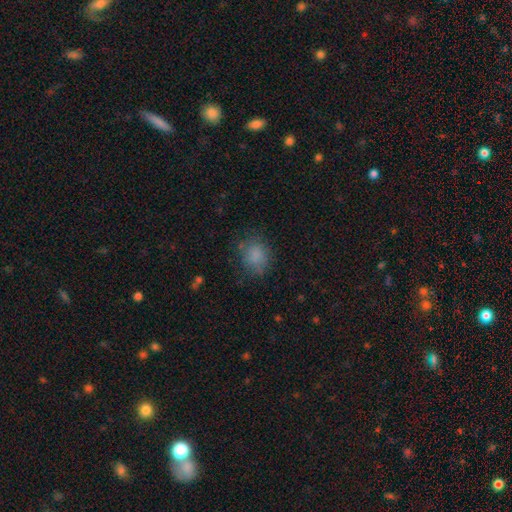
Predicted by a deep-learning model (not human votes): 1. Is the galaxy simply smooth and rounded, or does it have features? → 81% smooth, 11% star or artifact, 8% featured or disk.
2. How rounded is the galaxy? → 60% round, 39% in between, 1% cigar-shaped.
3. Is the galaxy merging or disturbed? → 72% none, 19% minor disturbance, 8% major disturbance, 2% merger.